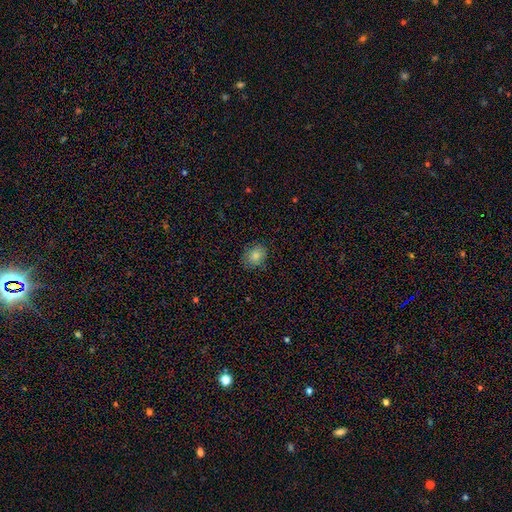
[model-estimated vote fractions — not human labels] This appears to be a smooth galaxy with no disk features (84%) that is in between round and cigar-shaped (50%). Merging: none (83%).